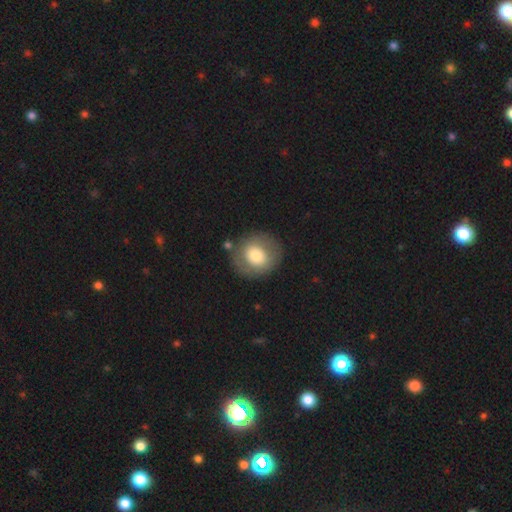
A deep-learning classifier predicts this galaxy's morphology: Q: Smooth or featured?
A: smooth (70%); runner-up: featured or disk (22%)
Q: How rounded?
A: round (82%); runner-up: in between (17%)
Q: Merging?
A: none (80%); runner-up: minor disturbance (12%)